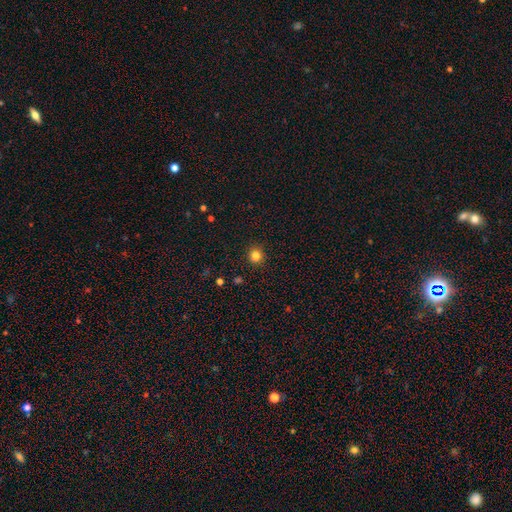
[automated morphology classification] smooth-or-featured: smooth: 82% | star or artifact: 13% | featured or disk: 4%
  how-rounded: round: 92% | in between: 7% | cigar-shaped: 1%
  merging: none: 92% | minor disturbance: 5% | major disturbance: 2% | merger: 1%